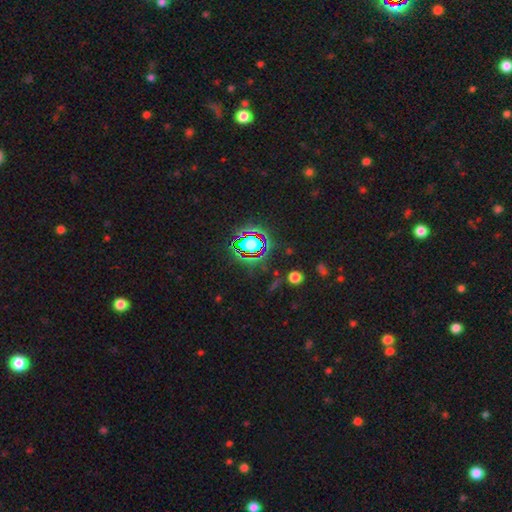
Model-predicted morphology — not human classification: Smooth or featured? star or artifact (81%)